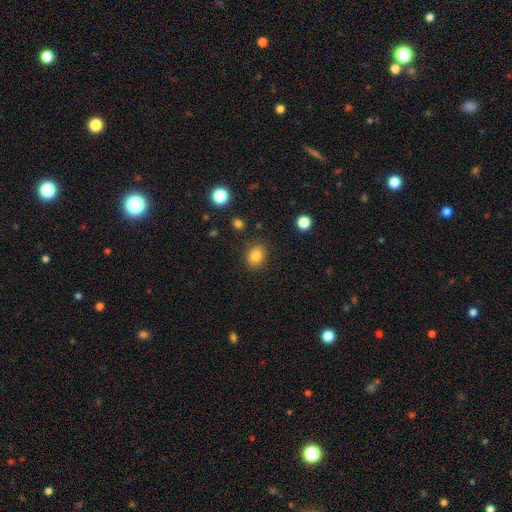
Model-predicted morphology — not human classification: This appears to be a smooth galaxy with no disk features (83%) that is in between round and cigar-shaped (59%). Merging: none (86%).